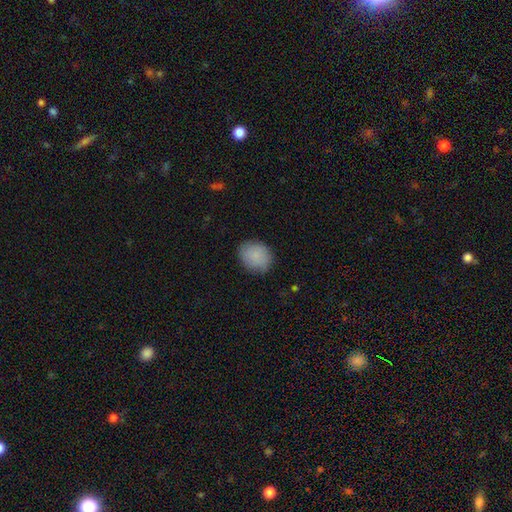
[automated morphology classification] Smooth or featured: smooth — 85% (featured or disk — 8%)
How rounded: round — 61% (in between — 38%)
Merging: none — 80% (minor disturbance — 15%)